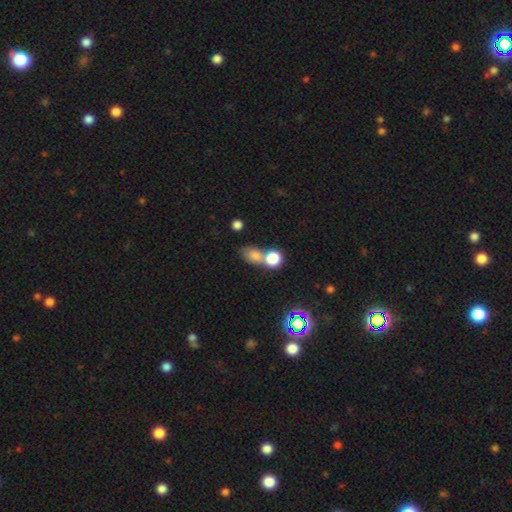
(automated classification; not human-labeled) A smooth galaxy with no disk features (74%) that is in between round and cigar-shaped (55%). Merging: merger (47%).